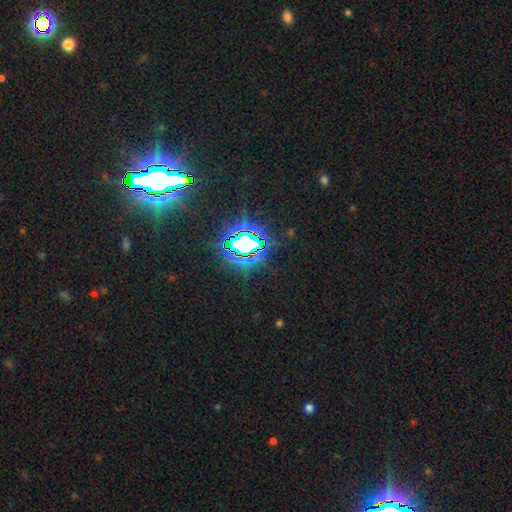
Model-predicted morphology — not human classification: Smooth or featured? Predicted: star or artifact (p=0.85).